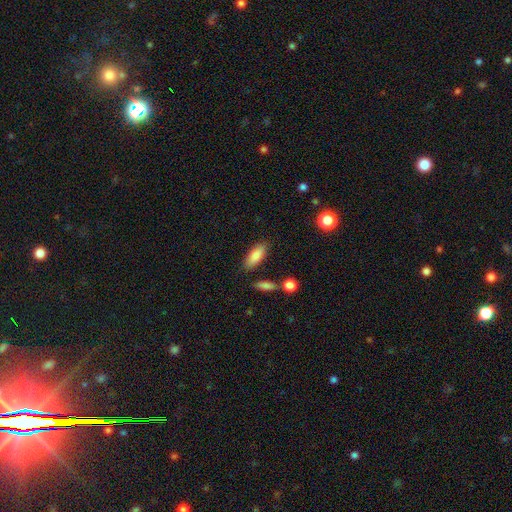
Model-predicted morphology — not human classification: smooth 85%, featured or disk 8%, star or artifact 7%. Down the decision tree: how rounded — in between (76%); merging — none (80%).